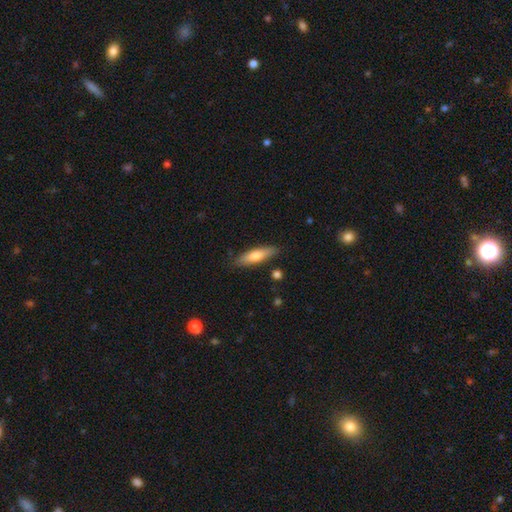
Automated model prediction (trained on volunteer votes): A smooth galaxy with no disk features (69%) that is cigar-shaped (67%).

Vote fractions:
- Smooth or featured? smooth: 69% / featured or disk: 26% / star or artifact: 6%
- How rounded? cigar-shaped: 67% / in between: 31% / round: 2%
- Merging? none: 84% / minor disturbance: 11% / major disturbance: 2% / merger: 2%